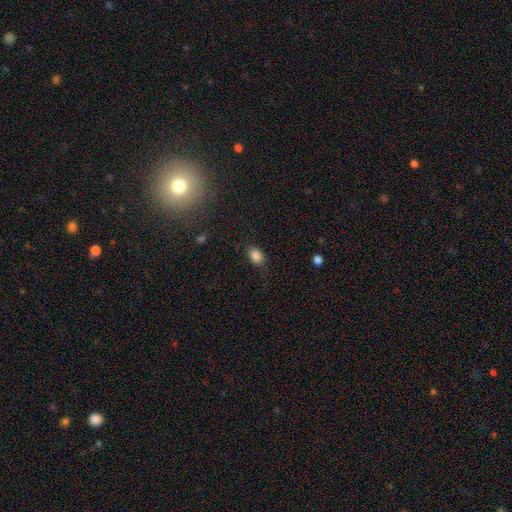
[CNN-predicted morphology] Overall: smooth (85%). How rounded: in between (77%). Merging: none (78%).